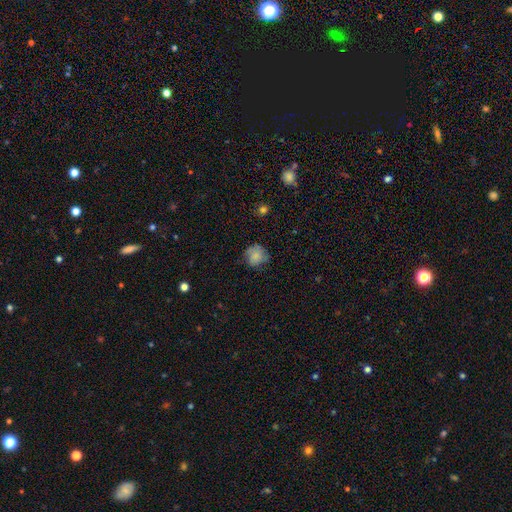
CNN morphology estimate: Q: Smooth or featured?
A: smooth (78%); runner-up: featured or disk (14%)
Q: How rounded?
A: round (83%); runner-up: in between (16%)
Q: Merging?
A: none (65%); runner-up: minor disturbance (26%)